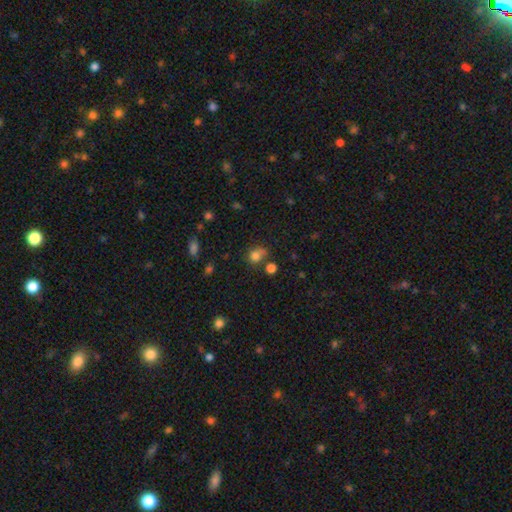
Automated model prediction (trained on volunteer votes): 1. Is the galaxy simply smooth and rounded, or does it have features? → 78% smooth, 14% star or artifact, 8% featured or disk.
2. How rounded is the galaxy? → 67% round, 32% in between, 1% cigar-shaped.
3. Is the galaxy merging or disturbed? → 52% none, 21% minor disturbance, 18% merger, 9% major disturbance.